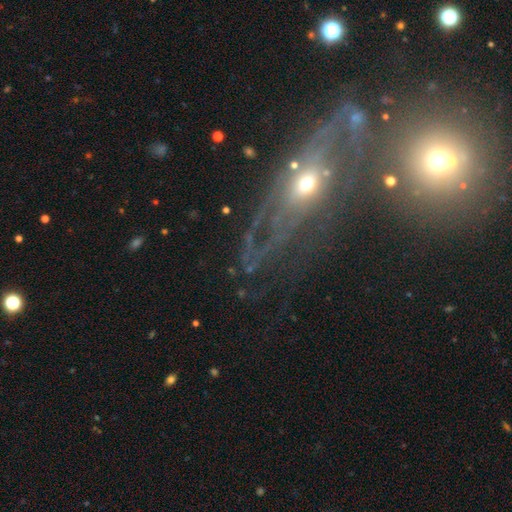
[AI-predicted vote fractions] Smooth or featured?
  - featured or disk: 67% *
  - star or artifact: 18%
  - smooth: 15%
Edge-on disk?
  - no: 83% *
  - yes: 17%
Bar?
  - no: 66% *
  - weak: 23%
  - strong: 11%
Spiral arms?
  - yes: 74% *
  - no: 26%
Bulge size?
  - small: 48% *
  - moderate: 44%
  - large: 4%
  - none: 2%
  - dominant: 2%
Merging?
  - none: 56% *
  - major disturbance: 18%
  - minor disturbance: 17%
  - merger: 9%